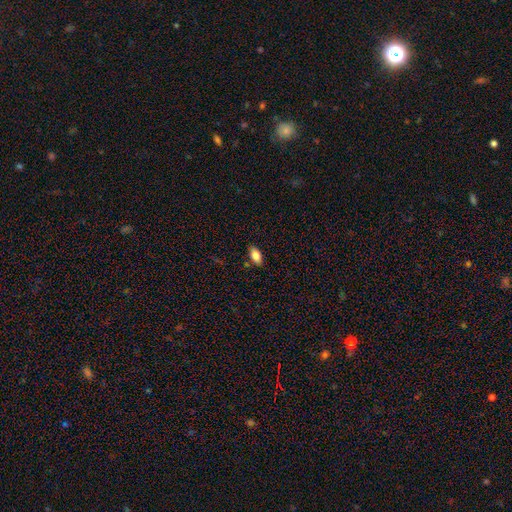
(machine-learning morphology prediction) A smooth galaxy with no disk features (84%) that is in between round and cigar-shaped (91%). Merging: none (86%).